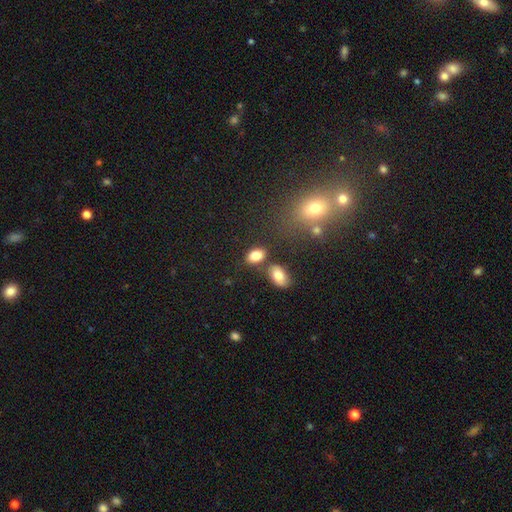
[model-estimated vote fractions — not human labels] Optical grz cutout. It shows a smooth galaxy with no disk features (83%) that is in between round and cigar-shaped (87%). Merging: none (68%).